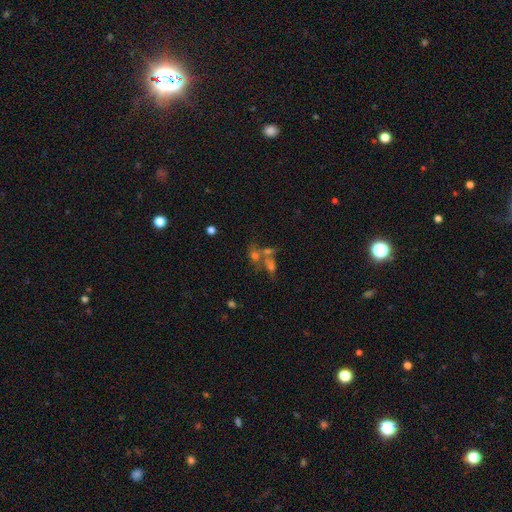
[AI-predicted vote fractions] Smooth or featured? smooth (40%)
Merging? merger (46%)